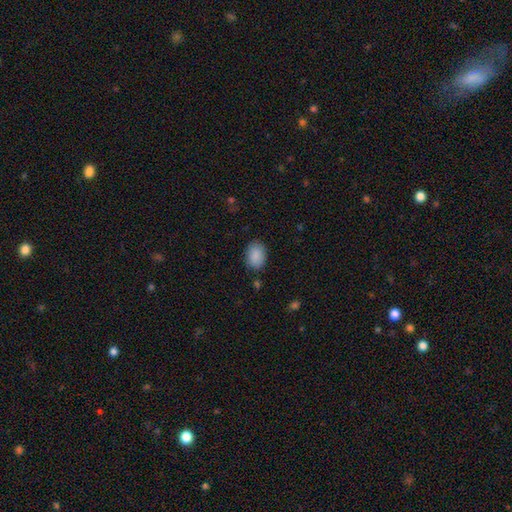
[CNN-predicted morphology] Smooth or featured? smooth (89%)
How rounded? in between (80%)
Merging? none (83%)